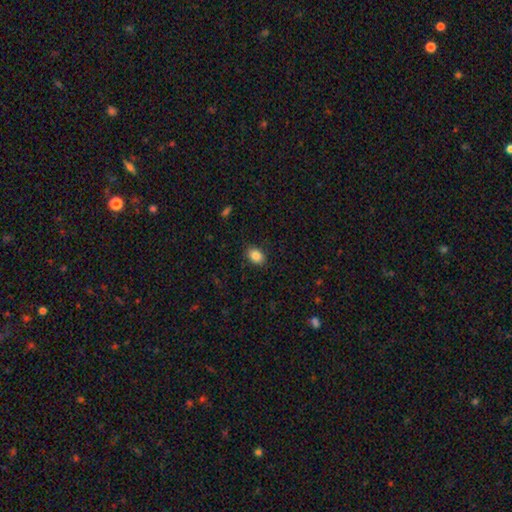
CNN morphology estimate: Smooth or featured? Predicted: smooth (p=0.86). How rounded? Predicted: in between (p=0.76). Merging? Predicted: none (p=0.87).